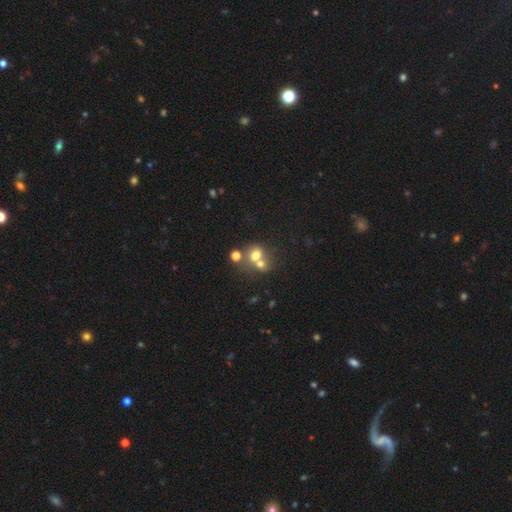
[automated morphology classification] A smooth galaxy with no disk features (67%) that is round (68%).

Vote fractions:
- Smooth or featured? smooth: 67% / featured or disk: 18% / star or artifact: 15%
- How rounded? round: 68% / in between: 32% / cigar-shaped: 1%
- Merging? merger: 57% / none: 32% / minor disturbance: 7% / major disturbance: 4%